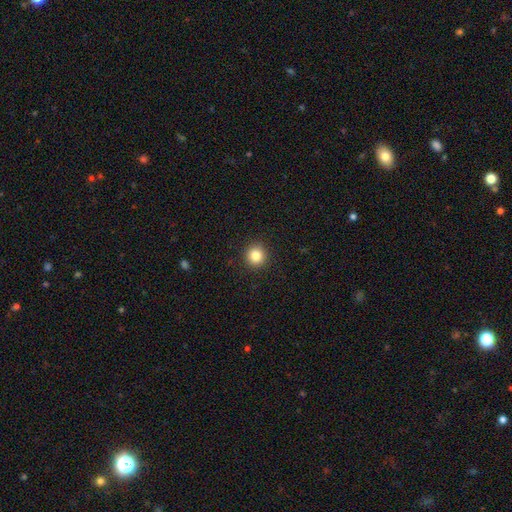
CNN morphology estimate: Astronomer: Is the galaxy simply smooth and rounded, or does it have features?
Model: smooth — 84%.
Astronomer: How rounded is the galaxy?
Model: round — 94%.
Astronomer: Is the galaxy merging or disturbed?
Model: none — 92%.